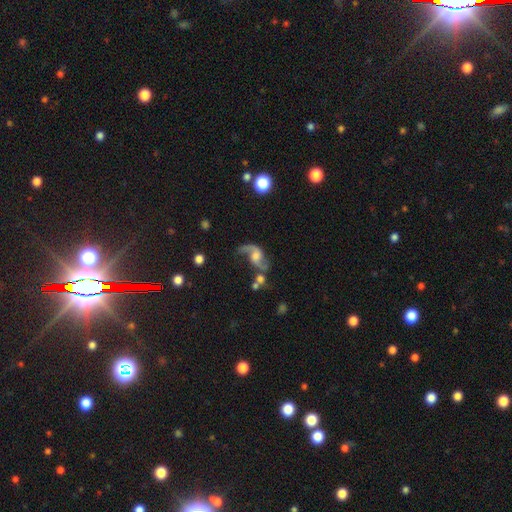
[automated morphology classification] smooth-or-featured: featured or disk: 86% | smooth: 7% | star or artifact: 7%
  disk-edge-on: no: 97% | yes: 3%
    bar: no: 53% | weak: 38% | strong: 9%
    has-spiral-arms: yes: 96% | no: 4%
      spiral-winding: loose: 78% | medium: 18% | tight: 3%
      spiral-arm-count: 2: 90% | 1: 5% | can't tell: 2% | 3: 1% | 4: 1% | more than 4: 1%
    bulge-size: moderate: 40% | small: 24% | none: 17% | large: 16% | dominant: 2%
  merging: none: 52% | minor disturbance: 17% | major disturbance: 16% | merger: 15%